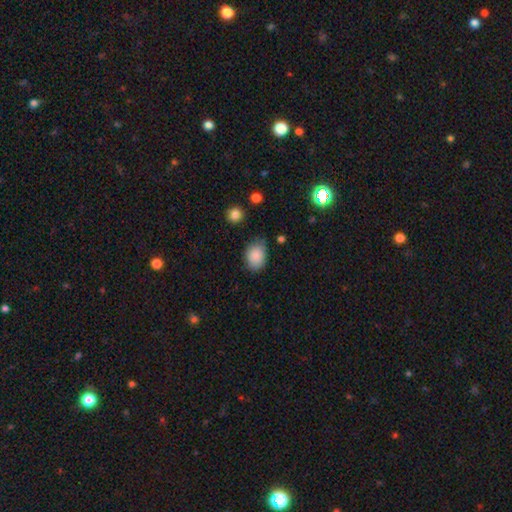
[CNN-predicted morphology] Smooth or featured: smooth — 86% (star or artifact — 9%)
How rounded: in between — 63% (round — 36%)
Merging: none — 65% (minor disturbance — 27%)